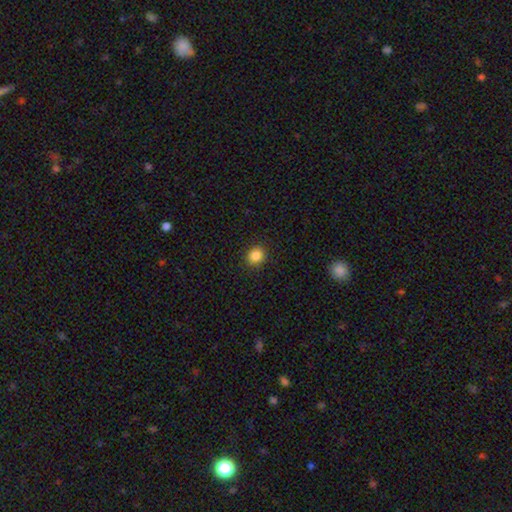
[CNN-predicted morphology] type=smooth (85%); roundness=round (74%); merging=none (90%).